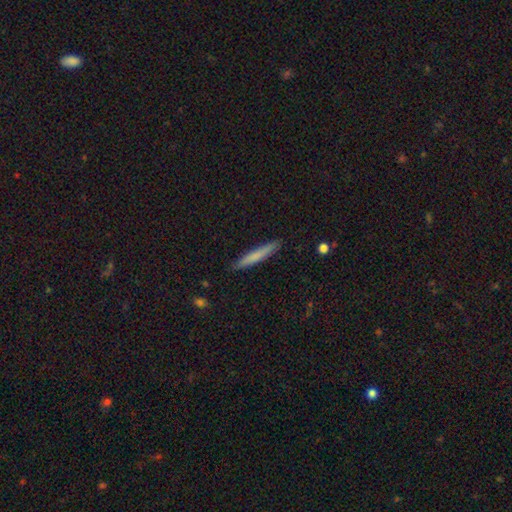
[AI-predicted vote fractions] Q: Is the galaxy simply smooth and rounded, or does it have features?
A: smooth — 72%.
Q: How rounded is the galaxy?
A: cigar-shaped — 95%.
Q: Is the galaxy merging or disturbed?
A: none — 89%.